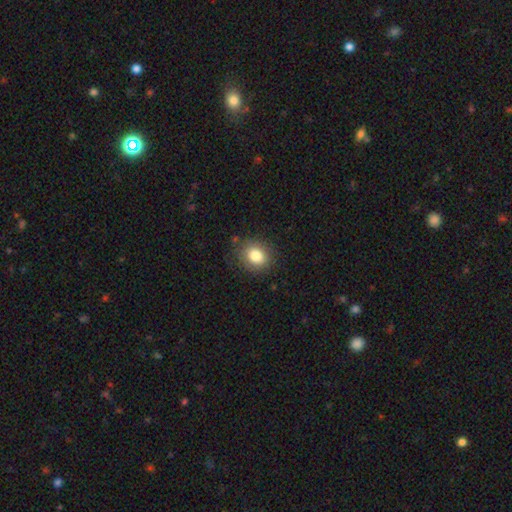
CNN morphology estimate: smooth_or_featured: smooth (p=0.82) [alt: star or artifact p=0.10]
how_rounded: round (p=0.63) [alt: in between p=0.36]
merging: none (p=0.84) [alt: minor disturbance p=0.11]